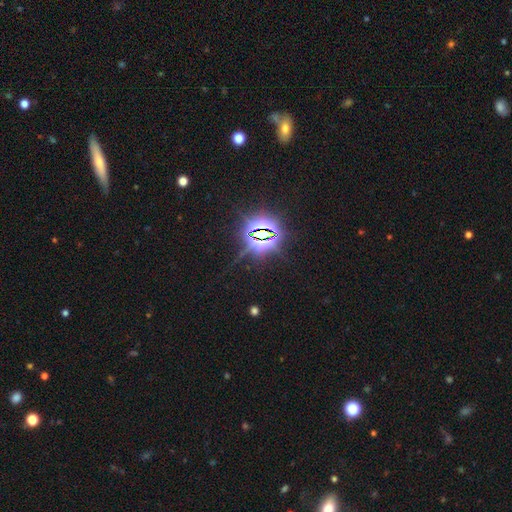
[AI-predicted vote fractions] Morphology: type=star or artifact (83%).